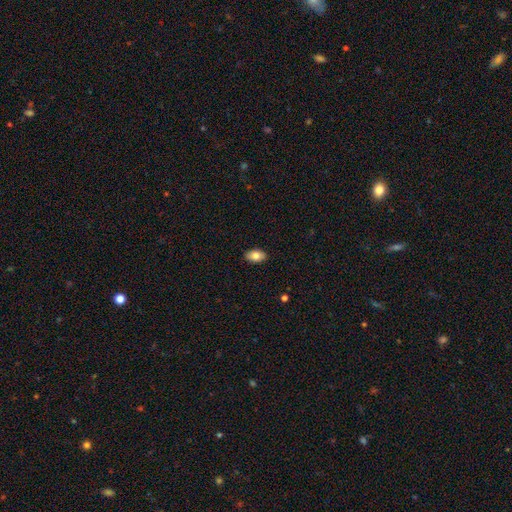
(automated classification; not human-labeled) smooth 83%, featured or disk 10%, star or artifact 7%. Down the decision tree: how rounded — in between (92%); merging — none (89%).